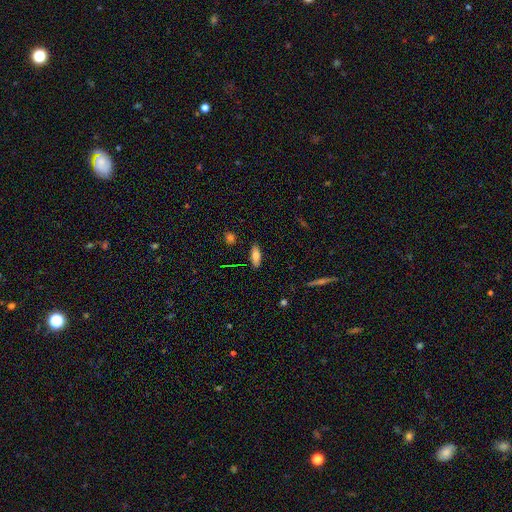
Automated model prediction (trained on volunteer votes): Smooth or featured? smooth (75%)
How rounded? in between (71%)
Merging? none (87%)